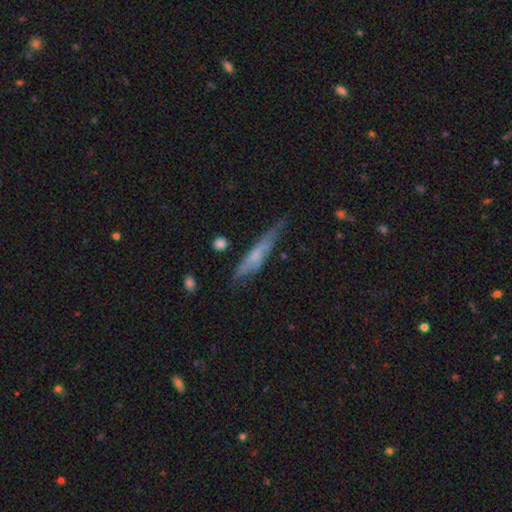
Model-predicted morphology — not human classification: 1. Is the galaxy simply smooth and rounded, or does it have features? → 49% featured or disk, 44% smooth, 7% star or artifact.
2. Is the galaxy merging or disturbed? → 64% none, 26% minor disturbance, 7% major disturbance, 3% merger.